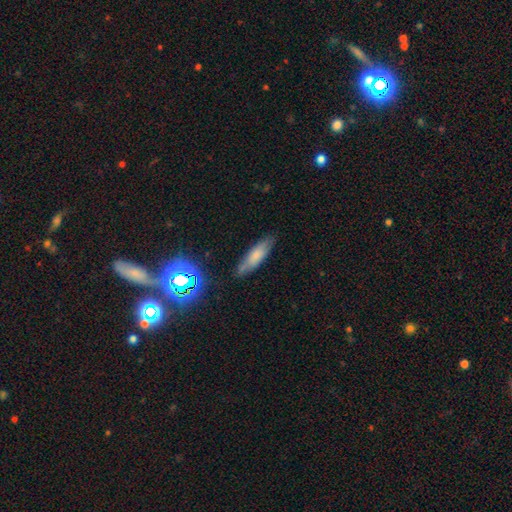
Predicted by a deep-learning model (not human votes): Smooth or featured?
  - smooth: 68% *
  - featured or disk: 21%
  - star or artifact: 11%
How rounded?
  - cigar-shaped: 57% *
  - in between: 41%
  - round: 2%
Merging?
  - none: 77% *
  - minor disturbance: 17%
  - major disturbance: 4%
  - merger: 2%